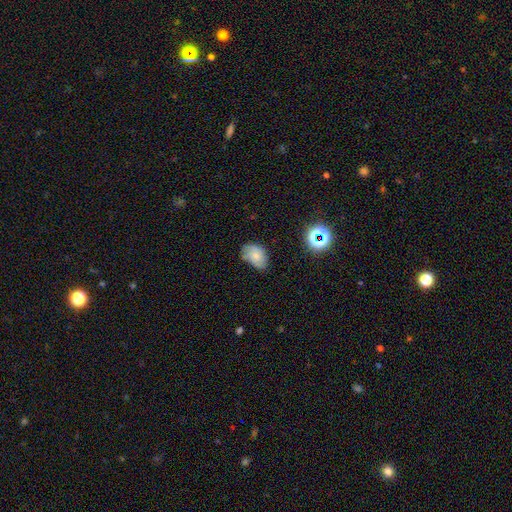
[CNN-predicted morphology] Q: Smooth or featured?
A: smooth (65%); runner-up: featured or disk (23%)
Q: How rounded?
A: in between (82%); runner-up: round (16%)
Q: Merging?
A: none (58%); runner-up: minor disturbance (32%)